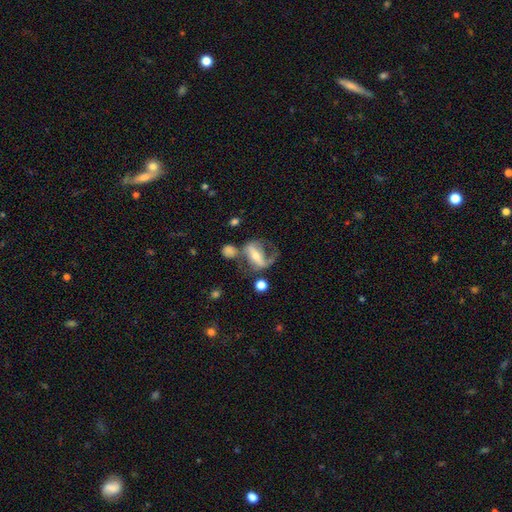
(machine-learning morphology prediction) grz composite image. It shows a featured or disk galaxy (74%) with a strong bar (62%), spiral arms (74%) and a moderate central bulge (51%). Merging: none (38%).